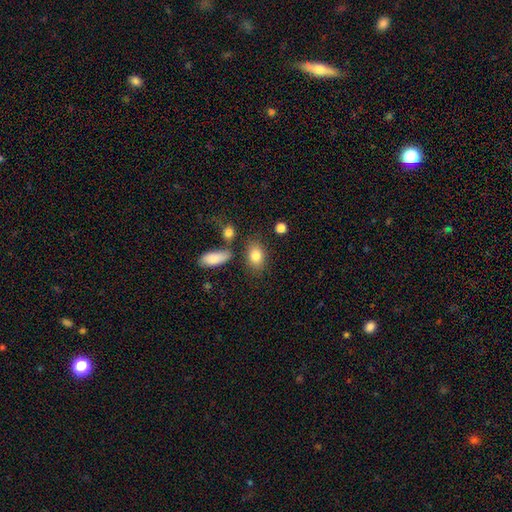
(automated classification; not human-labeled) Smooth or featured? Predicted: smooth (p=0.83). How rounded? Predicted: in between (p=0.78). Merging? Predicted: none (p=0.72).